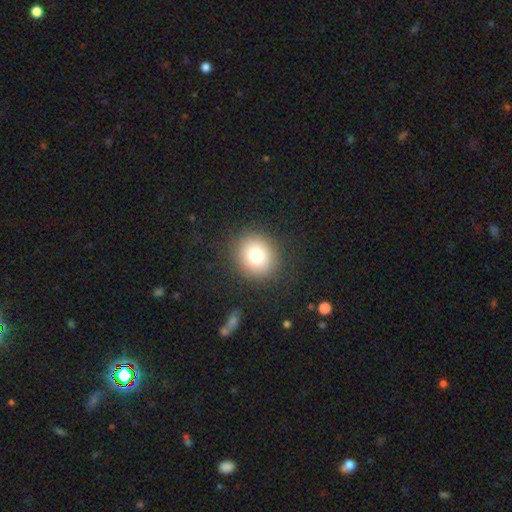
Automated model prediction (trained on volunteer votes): Q: Smooth or featured?
A: smooth (80%); runner-up: star or artifact (10%)
Q: How rounded?
A: round (83%); runner-up: in between (16%)
Q: Merging?
A: none (87%); runner-up: minor disturbance (8%)